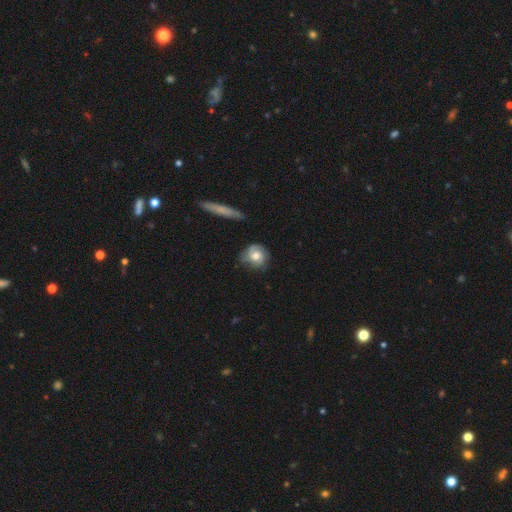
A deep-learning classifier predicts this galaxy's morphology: type=featured or disk (51%); edge-on=no (94%); merging=none (65%).